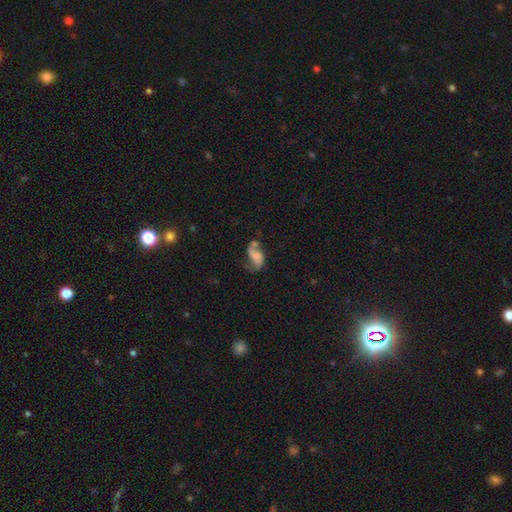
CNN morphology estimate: Smooth or featured? Predicted: featured or disk (p=0.46). Merging? Predicted: major disturbance (p=0.32).